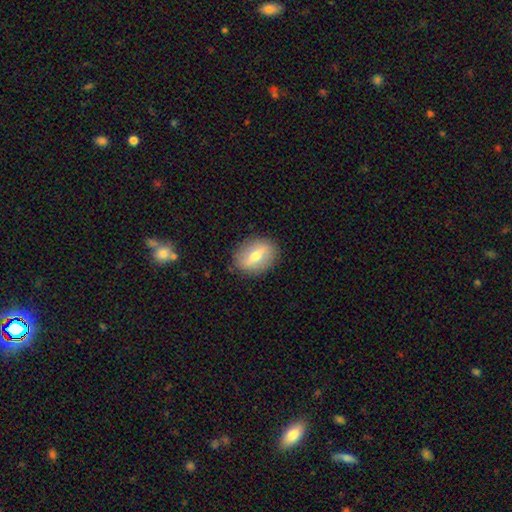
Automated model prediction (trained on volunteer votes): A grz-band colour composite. It shows a smooth galaxy with no disk features (53%) that is in between round and cigar-shaped (68%). Merging: none (85%).